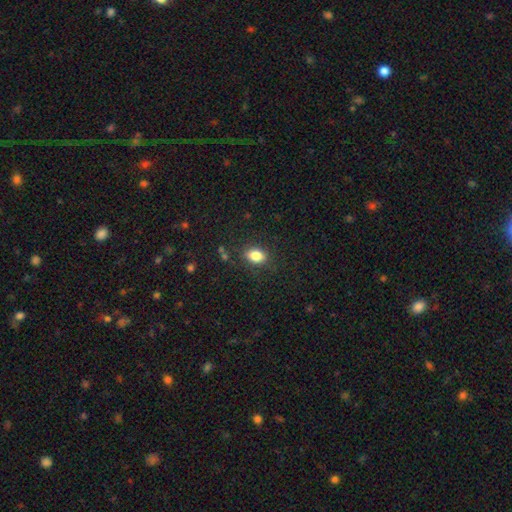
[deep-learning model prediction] Q: Smooth or featured?
A: smooth (84%); runner-up: star or artifact (10%)
Q: How rounded?
A: in between (80%); runner-up: round (18%)
Q: Merging?
A: none (84%); runner-up: minor disturbance (12%)